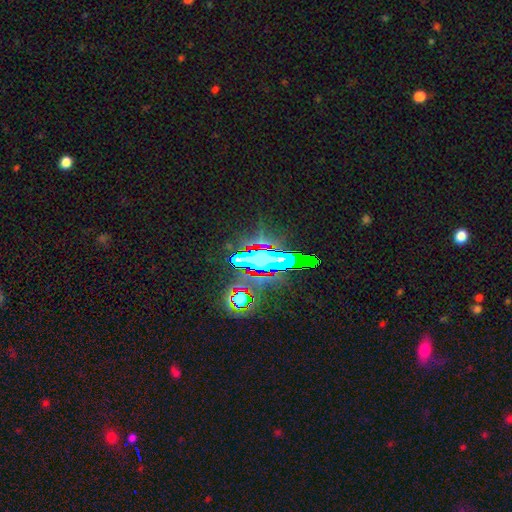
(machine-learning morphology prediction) This is likely a star or artifact rather than a galaxy (66%).